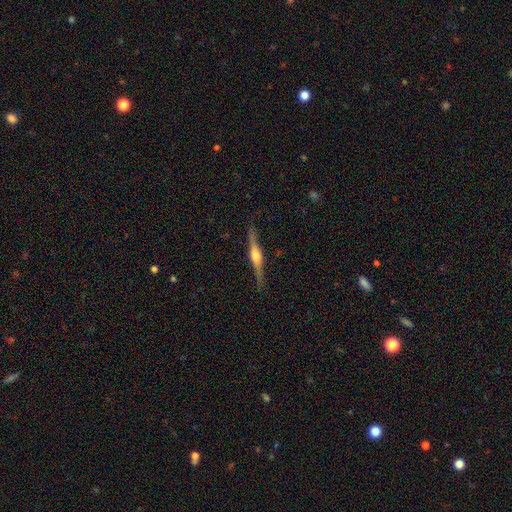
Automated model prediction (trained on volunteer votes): Smooth or featured?
  - featured or disk: 79% *
  - smooth: 16%
  - star or artifact: 5%
Edge-on disk?
  - yes: 98% *
  - no: 2%
Edge-on bulge?
  - rounded: 91% *
  - boxy: 6%
  - none: 3%
Merging?
  - none: 88% *
  - minor disturbance: 9%
  - major disturbance: 2%
  - merger: 1%